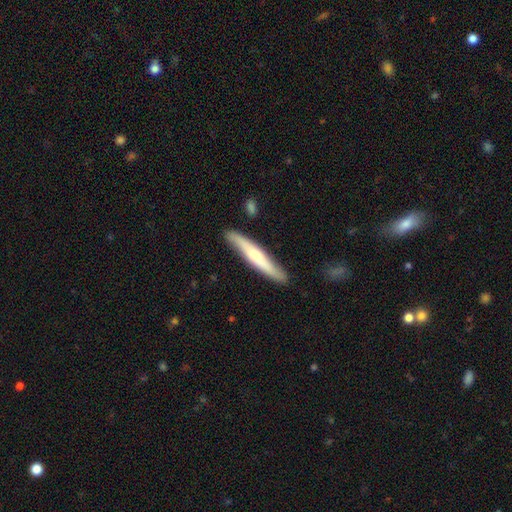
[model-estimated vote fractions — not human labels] Overall: smooth (48%; featured or disk 47%). Merging: none (85%).